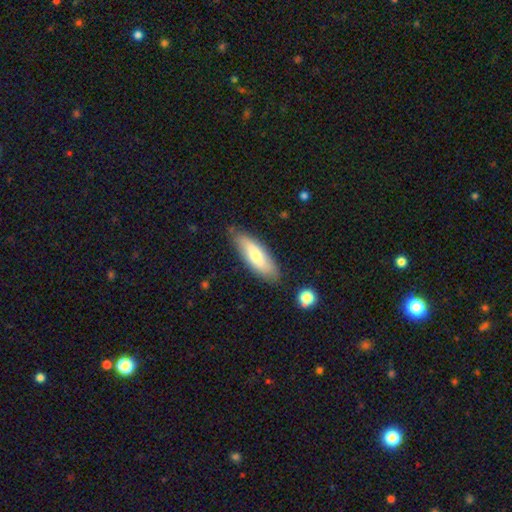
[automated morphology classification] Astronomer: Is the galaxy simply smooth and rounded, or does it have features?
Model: smooth — 65%.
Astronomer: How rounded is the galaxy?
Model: in between — 58% (runner-up: cigar-shaped, 40%).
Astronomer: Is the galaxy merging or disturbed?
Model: none — 81%.